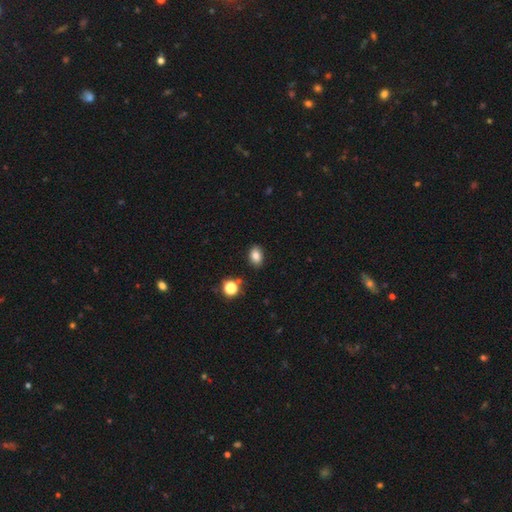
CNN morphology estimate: type=smooth (82%); roundness=in between (79%); merging=none (86%).